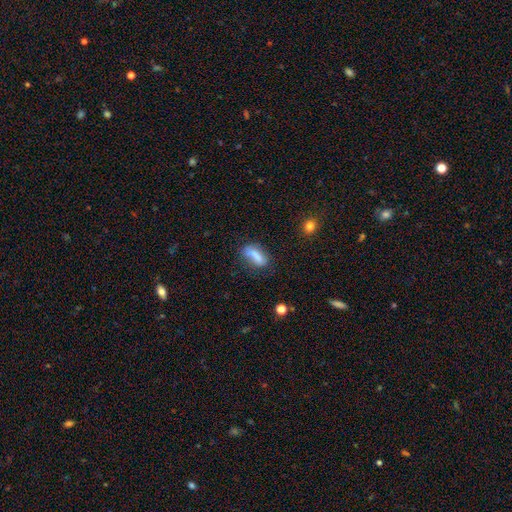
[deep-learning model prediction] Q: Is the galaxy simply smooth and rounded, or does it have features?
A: smooth — 72%.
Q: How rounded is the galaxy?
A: in between — 70%.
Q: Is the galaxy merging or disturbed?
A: none — 55%.